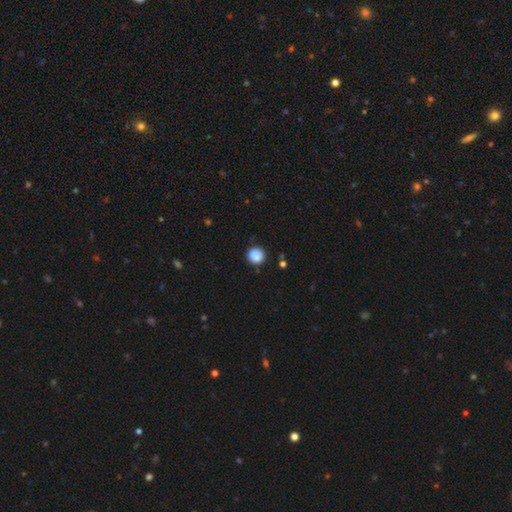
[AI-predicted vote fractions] Q: Smooth or featured?
A: smooth (83%); runner-up: star or artifact (9%)
Q: How rounded?
A: round (91%); runner-up: in between (8%)
Q: Merging?
A: none (77%); runner-up: minor disturbance (15%)